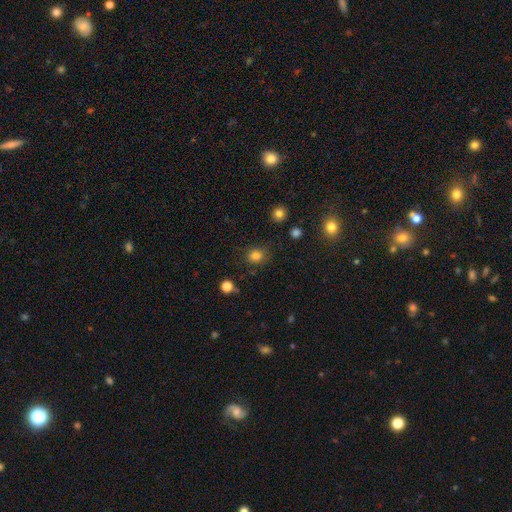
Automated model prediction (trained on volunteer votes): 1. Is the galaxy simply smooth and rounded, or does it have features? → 81% smooth, 14% star or artifact, 5% featured or disk.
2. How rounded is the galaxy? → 73% round, 26% in between, 1% cigar-shaped.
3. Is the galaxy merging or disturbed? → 79% none, 14% minor disturbance, 4% major disturbance, 2% merger.